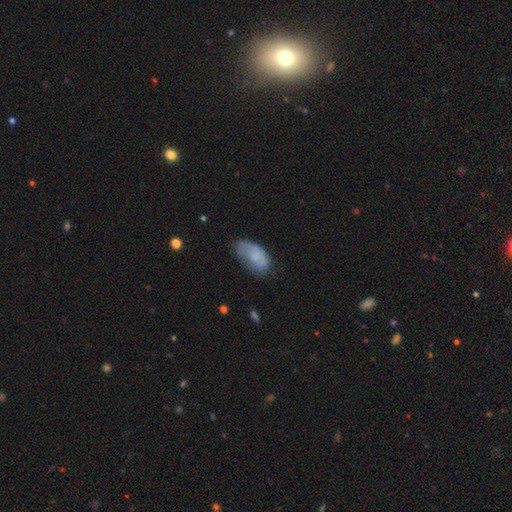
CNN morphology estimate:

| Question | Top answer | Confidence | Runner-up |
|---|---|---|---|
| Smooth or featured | smooth | 74% | featured or disk (18%) |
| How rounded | in between | 94% | round (3%) |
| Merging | none | 51% | minor disturbance (33%) |